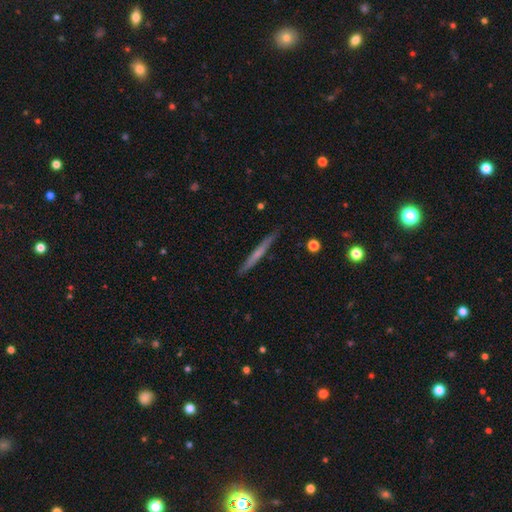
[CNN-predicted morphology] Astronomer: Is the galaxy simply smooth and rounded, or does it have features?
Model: featured or disk — 49% (runner-up: smooth, 45%).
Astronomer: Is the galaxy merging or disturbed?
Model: none — 90%.